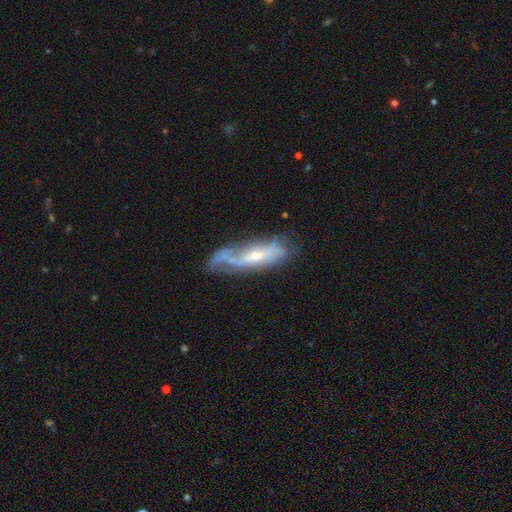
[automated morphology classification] featured or disk 69%, smooth 24%, star or artifact 7%. Down the decision tree: edge-on disk — no (72%); merging — none (45%).